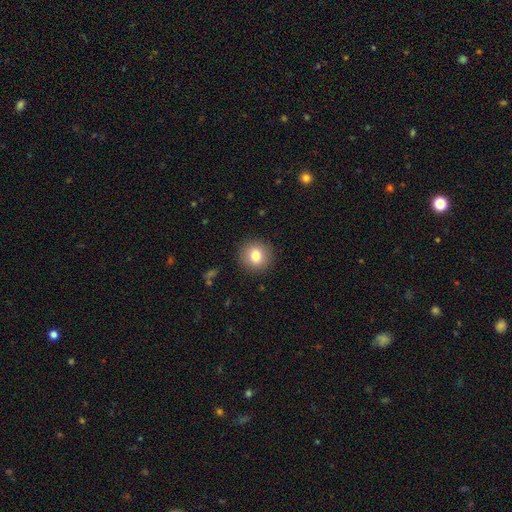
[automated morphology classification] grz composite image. It shows a smooth galaxy with no disk features (80%) that is round (91%). Merging: none (91%).